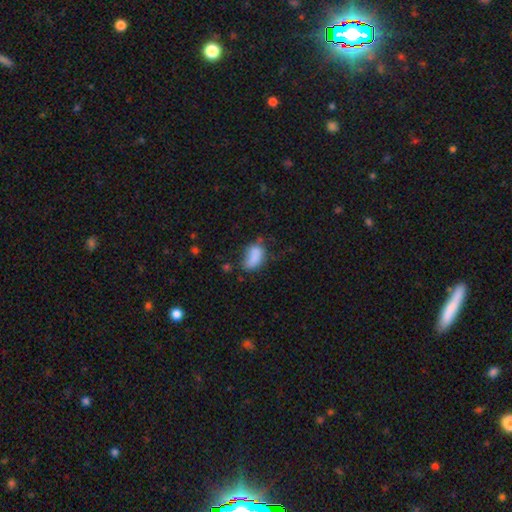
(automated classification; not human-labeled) Morphology: type=smooth (79%); roundness=in between (89%); merging=none (40%).